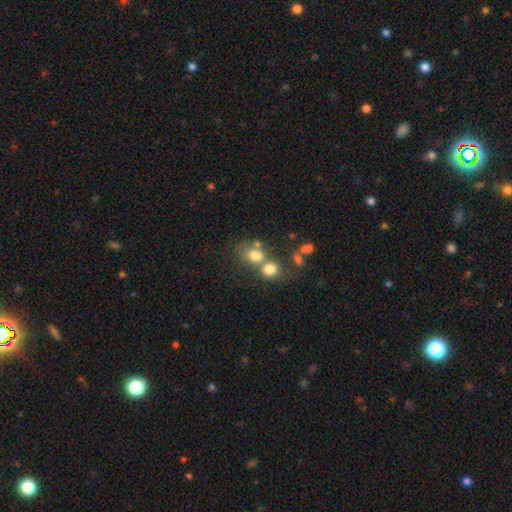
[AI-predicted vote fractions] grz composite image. It shows a smooth galaxy with no disk features (73%) that is round (65%). Merging: merger (51%).